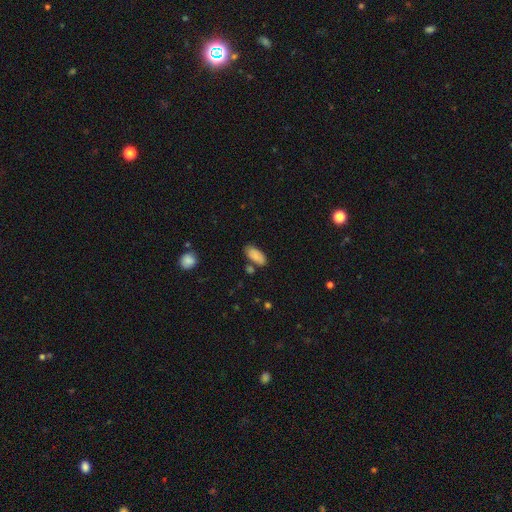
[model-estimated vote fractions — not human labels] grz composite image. It shows a smooth galaxy with no disk features (87%) that is in between round and cigar-shaped (88%). Merging: none (71%).